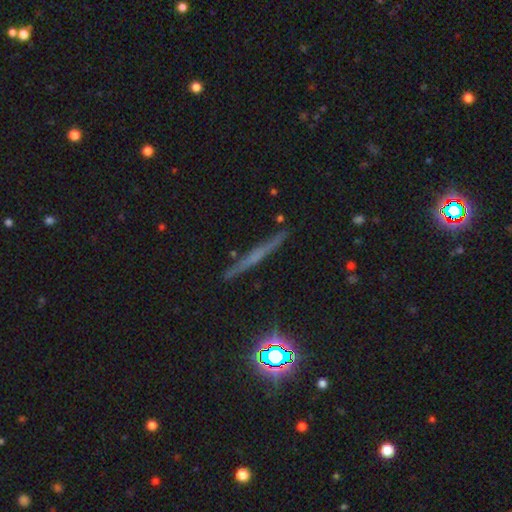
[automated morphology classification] Smooth or featured?
  - featured or disk: 51% *
  - smooth: 31%
  - star or artifact: 19%
Edge-on disk?
  - yes: 95% *
  - no: 5%
Merging?
  - none: 88% *
  - minor disturbance: 8%
  - major disturbance: 2%
  - merger: 2%